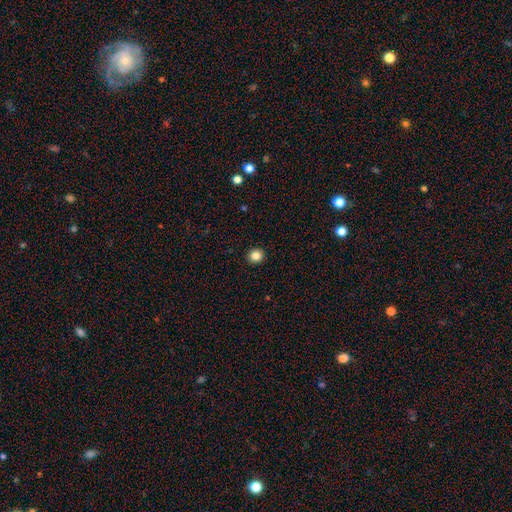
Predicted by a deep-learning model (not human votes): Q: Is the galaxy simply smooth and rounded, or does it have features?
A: smooth — 84%.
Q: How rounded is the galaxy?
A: round — 88%.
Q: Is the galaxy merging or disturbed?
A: none — 93%.